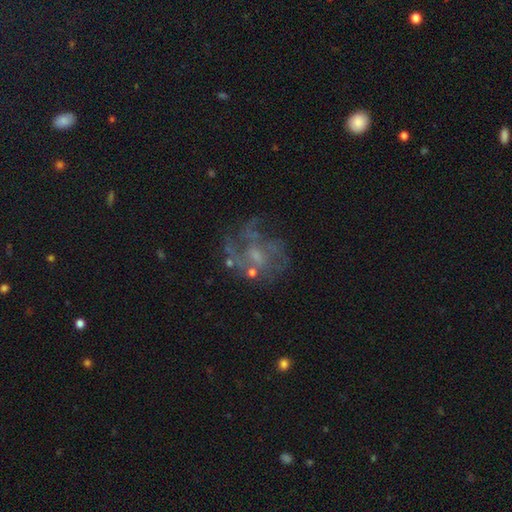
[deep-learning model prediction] This is likely a featured or disk galaxy (69%). It is clearly not viewed edge-on (98%). Bar: likely no (70%). Spiral arm pattern: possibly yes (55%). Central bulge: marginally small (42%). Merging: possibly none (51%).